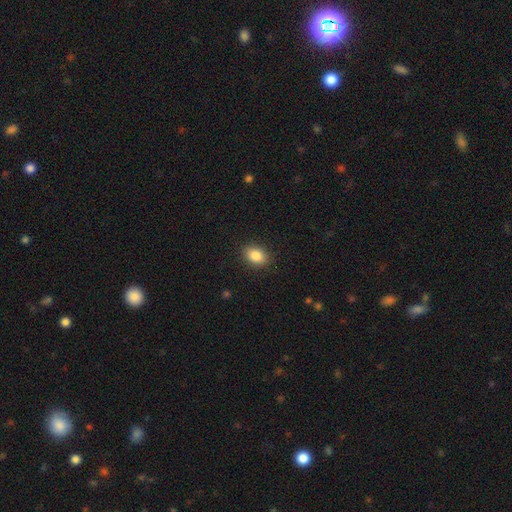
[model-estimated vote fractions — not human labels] smooth-or-featured: smooth: 86% | star or artifact: 8% | featured or disk: 5%
  how-rounded: in between: 77% | round: 21% | cigar-shaped: 1%
  merging: none: 89% | minor disturbance: 8% | major disturbance: 2% | merger: 1%